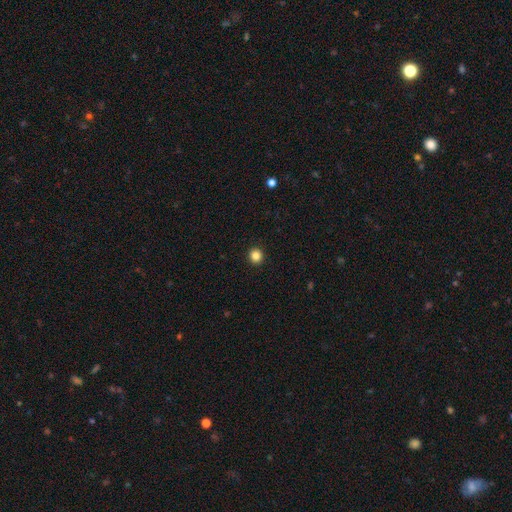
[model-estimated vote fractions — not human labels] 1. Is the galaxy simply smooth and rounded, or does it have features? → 85% smooth, 11% star or artifact, 4% featured or disk.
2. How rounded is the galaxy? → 90% round, 9% in between, 1% cigar-shaped.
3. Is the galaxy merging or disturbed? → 93% none, 4% minor disturbance, 2% major disturbance, 1% merger.